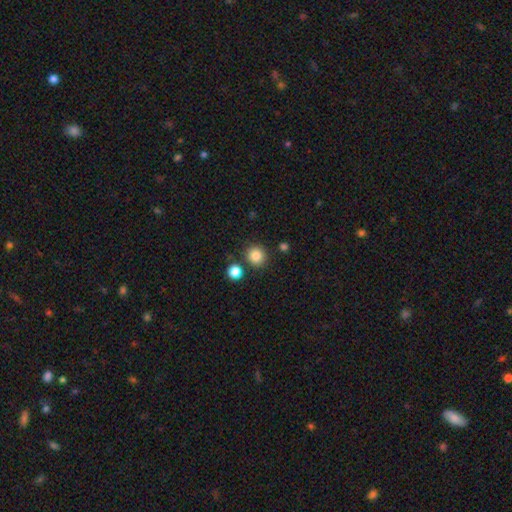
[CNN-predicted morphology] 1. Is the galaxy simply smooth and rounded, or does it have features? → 85% smooth, 11% star or artifact, 4% featured or disk.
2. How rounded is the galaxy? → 91% round, 8% in between, 1% cigar-shaped.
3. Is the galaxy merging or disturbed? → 85% none, 7% minor disturbance, 6% merger, 2% major disturbance.